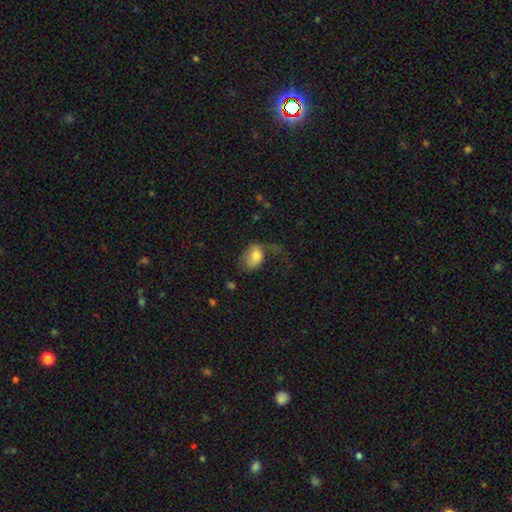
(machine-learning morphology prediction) smooth-or-featured: smooth: 66% | featured or disk: 25% | star or artifact: 8%
  how-rounded: in between: 78% | round: 21% | cigar-shaped: 1%
  merging: major disturbance: 53% | none: 23% | minor disturbance: 21% | merger: 3%